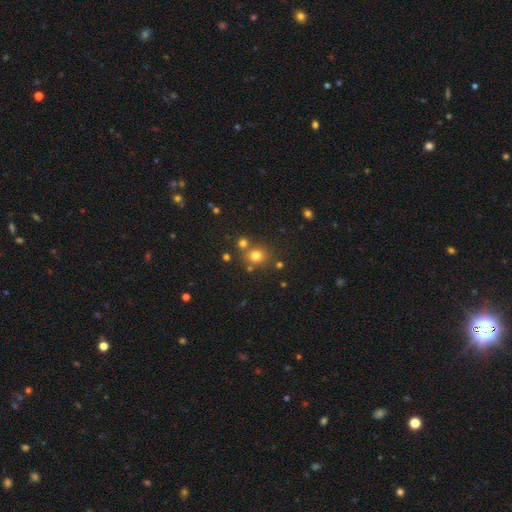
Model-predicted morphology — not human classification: A smooth galaxy with no disk features (74%) that is round (84%). Merging: none (72%).